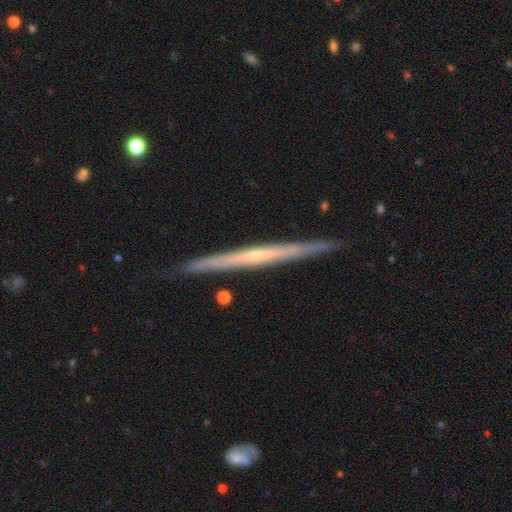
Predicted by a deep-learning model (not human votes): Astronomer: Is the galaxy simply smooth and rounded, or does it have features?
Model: featured or disk — 75%.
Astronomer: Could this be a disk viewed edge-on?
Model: yes — 97%.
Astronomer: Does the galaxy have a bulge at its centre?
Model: none — 59% (runner-up: rounded, 37%).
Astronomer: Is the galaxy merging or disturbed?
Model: none — 90%.